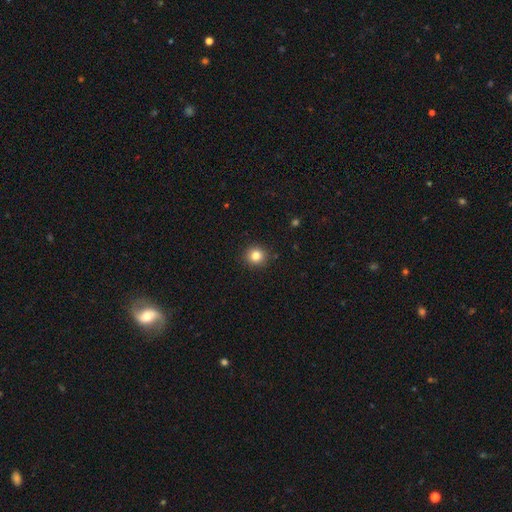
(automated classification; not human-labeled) smooth 82%, star or artifact 12%, featured or disk 7%. Down the decision tree: how rounded — round (91%); merging — none (92%).